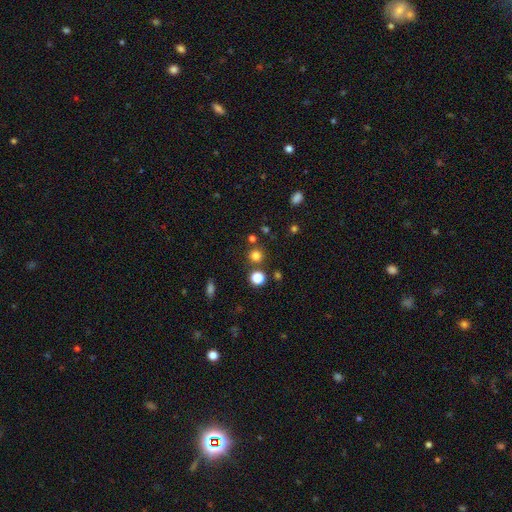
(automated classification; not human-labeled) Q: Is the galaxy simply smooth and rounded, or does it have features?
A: smooth — 78%.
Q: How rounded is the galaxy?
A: round — 93%.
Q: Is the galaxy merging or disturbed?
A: none — 83%.